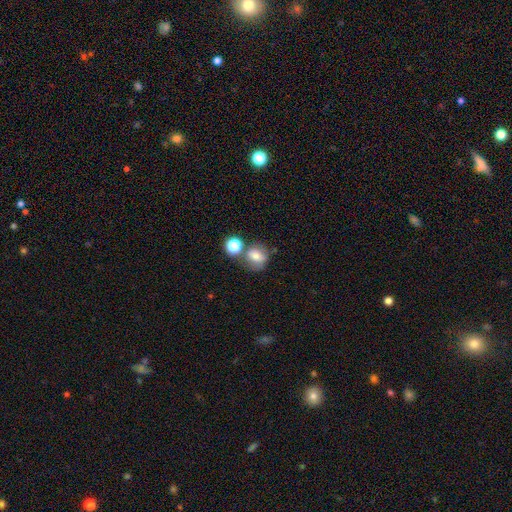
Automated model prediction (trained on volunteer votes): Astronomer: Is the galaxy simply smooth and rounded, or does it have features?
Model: smooth — 68%.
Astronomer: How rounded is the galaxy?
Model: round — 68%.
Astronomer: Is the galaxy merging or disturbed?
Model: none — 49% (runner-up: merger, 27%).